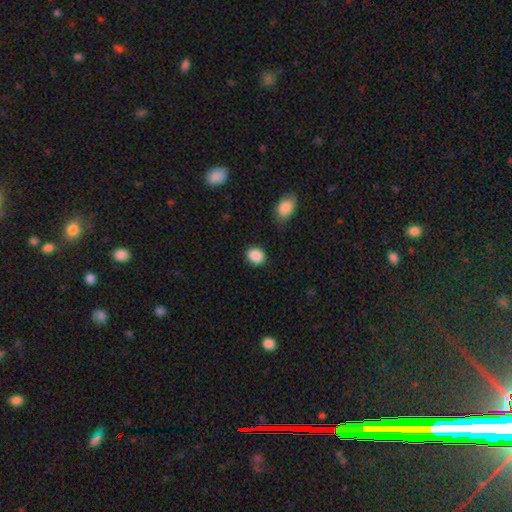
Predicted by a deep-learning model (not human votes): Morphology: type=smooth (89%); roundness=round (51%); merging=none (85%).